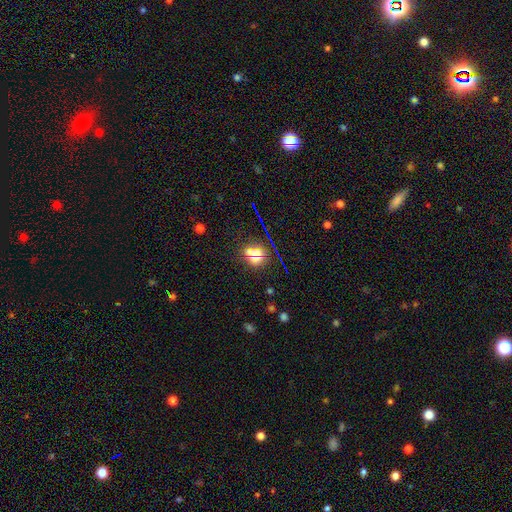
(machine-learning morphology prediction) Q: Smooth or featured?
A: smooth (49%); runner-up: star or artifact (36%)
Q: Merging?
A: none (67%); runner-up: merger (19%)